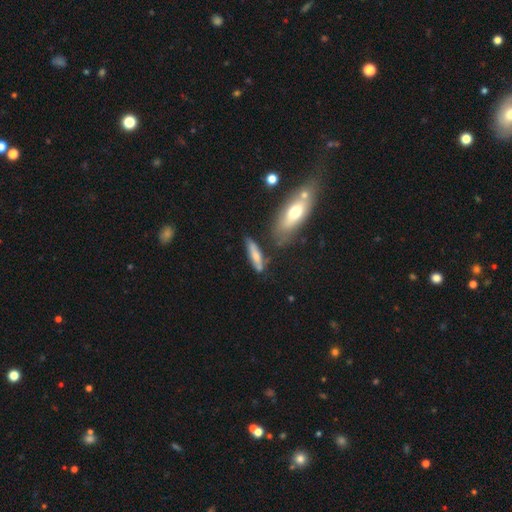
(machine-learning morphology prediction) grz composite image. It shows a smooth galaxy with no disk features (63%) that is cigar-shaped (73%). Merging: none (62%).